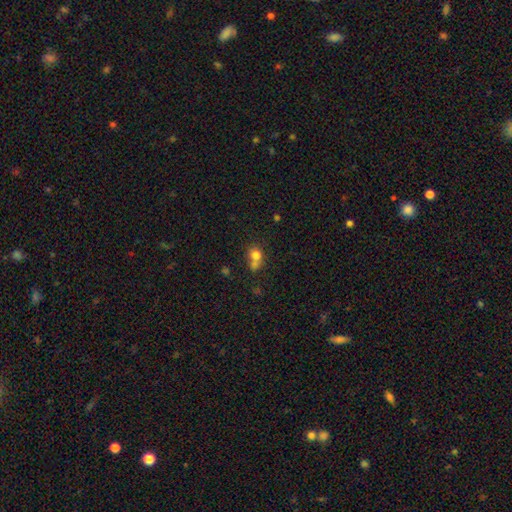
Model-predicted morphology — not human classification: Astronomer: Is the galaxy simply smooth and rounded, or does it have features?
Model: smooth — 75%.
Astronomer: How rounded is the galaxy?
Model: round — 68%.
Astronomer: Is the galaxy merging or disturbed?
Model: merger — 51% (runner-up: none, 32%).